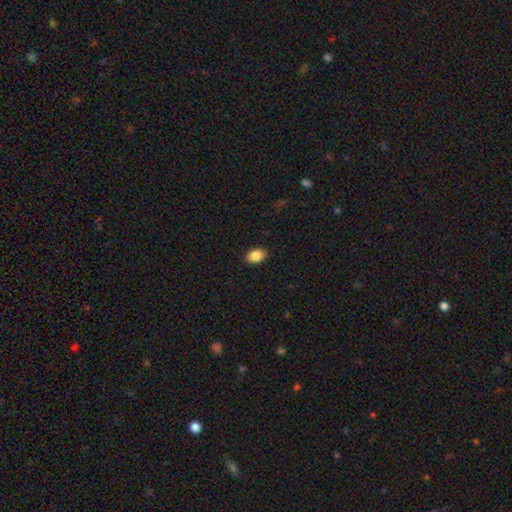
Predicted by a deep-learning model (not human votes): A smooth galaxy with no disk features (87%) that is in between round and cigar-shaped (85%).

Vote fractions:
- Smooth or featured? smooth: 87% / star or artifact: 8% / featured or disk: 5%
- How rounded? in between: 85% / round: 14% / cigar-shaped: 1%
- Merging? none: 89% / minor disturbance: 8% / major disturbance: 2% / merger: 1%